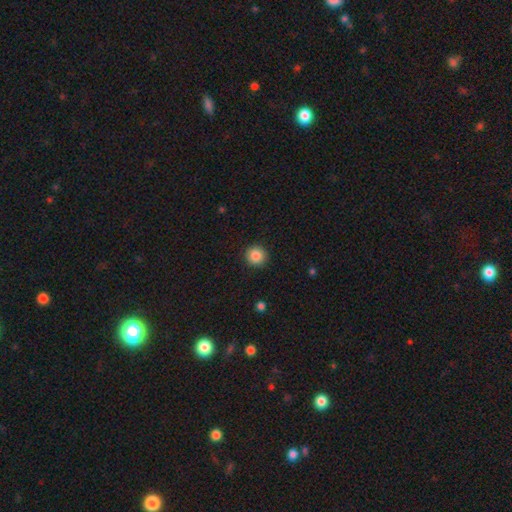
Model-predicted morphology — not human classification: A smooth galaxy with no disk features (86%) that is round (95%).

Vote fractions:
- Smooth or featured? smooth: 86% / star or artifact: 9% / featured or disk: 4%
- How rounded? round: 95% / in between: 4% / cigar-shaped: 1%
- Merging? none: 92% / minor disturbance: 5% / major disturbance: 2% / merger: 1%